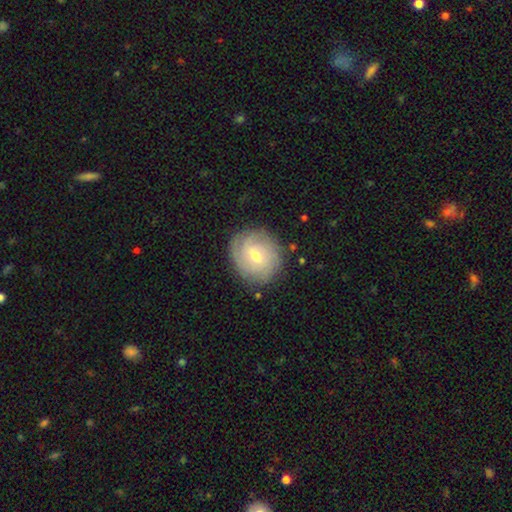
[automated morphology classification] Smooth or featured? Predicted: featured or disk (p=0.62). Edge-on disk? Predicted: no (p=0.97). Bar? Predicted: weak (p=0.52). Spiral arms? Predicted: yes (p=0.86). Spiral winding? Predicted: tight (p=0.68). Spiral arm count? Predicted: can't tell (p=0.45). Bulge size? Predicted: moderate (p=0.58). Merging? Predicted: none (p=0.83).